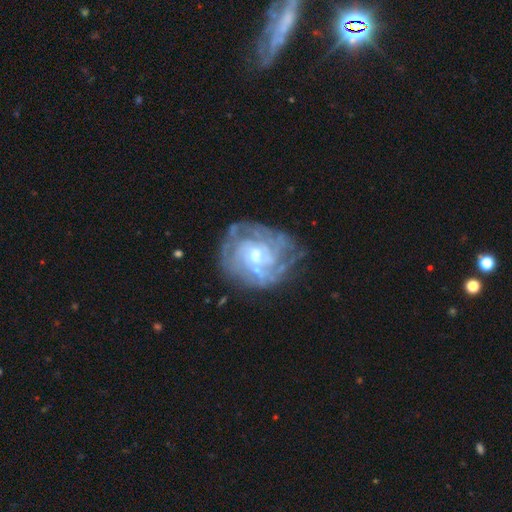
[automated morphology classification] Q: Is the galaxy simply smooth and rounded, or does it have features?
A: featured or disk — 83%.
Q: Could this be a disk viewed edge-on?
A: no — 97%.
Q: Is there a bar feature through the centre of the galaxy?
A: no — 67%.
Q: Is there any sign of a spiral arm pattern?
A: yes — 85%.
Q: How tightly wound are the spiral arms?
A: tight — 67%.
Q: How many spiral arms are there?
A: can't tell — 51%.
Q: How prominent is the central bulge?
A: moderate — 58%.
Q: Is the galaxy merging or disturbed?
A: none — 66%.